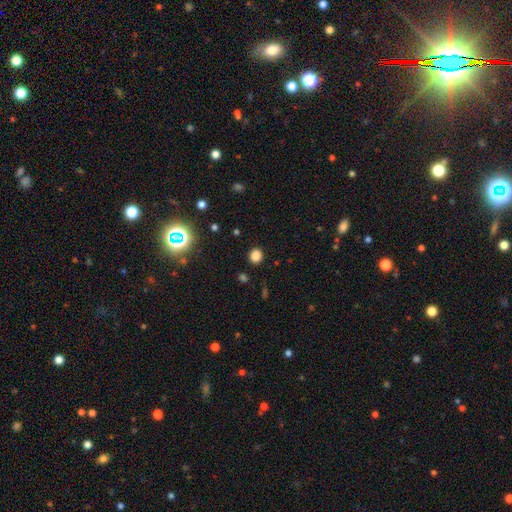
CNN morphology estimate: A smooth galaxy with no disk features (82%) that is round (83%). Merging: none (90%).